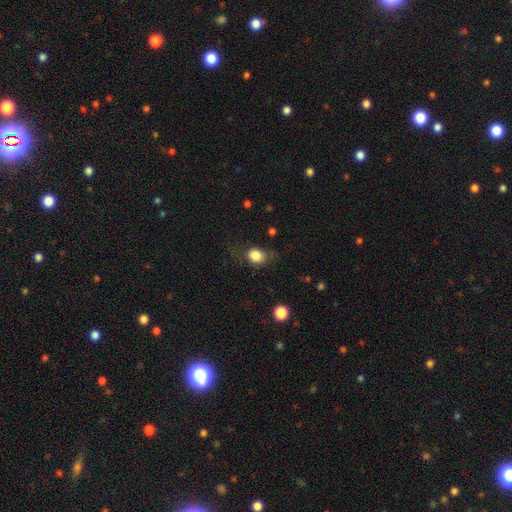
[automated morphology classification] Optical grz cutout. It shows a smooth galaxy with no disk features (80%) that is round (62%). Merging: none (64%).